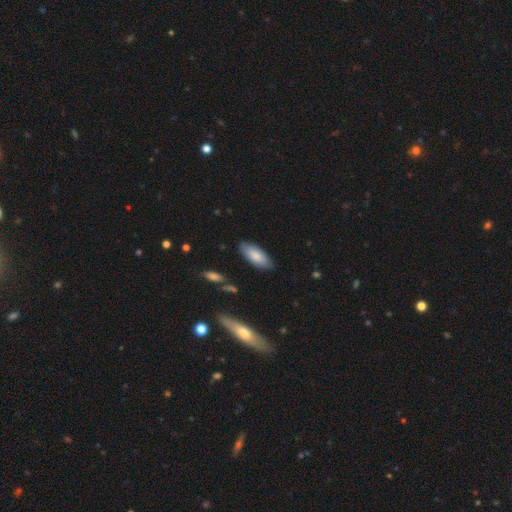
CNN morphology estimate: Smooth or featured? Predicted: smooth (p=0.84). How rounded? Predicted: in between (p=0.84). Merging? Predicted: none (p=0.85).